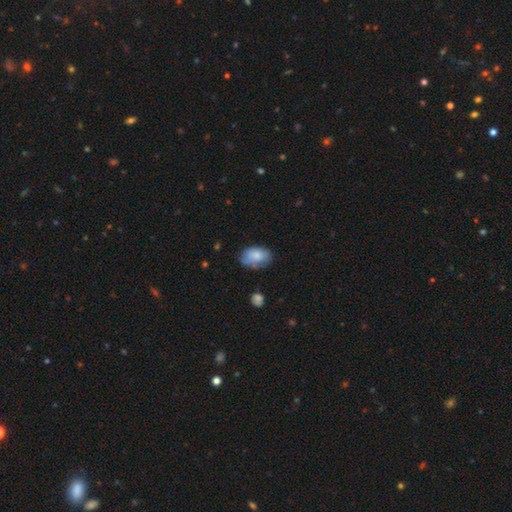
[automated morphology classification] A smooth galaxy with no disk features (80%) that is in between round and cigar-shaped (89%).

Vote fractions:
- Smooth or featured? smooth: 80% / featured or disk: 13% / star or artifact: 7%
- How rounded? in between: 89% / round: 10% / cigar-shaped: 1%
- Merging? none: 63% / minor disturbance: 27% / major disturbance: 7% / merger: 2%